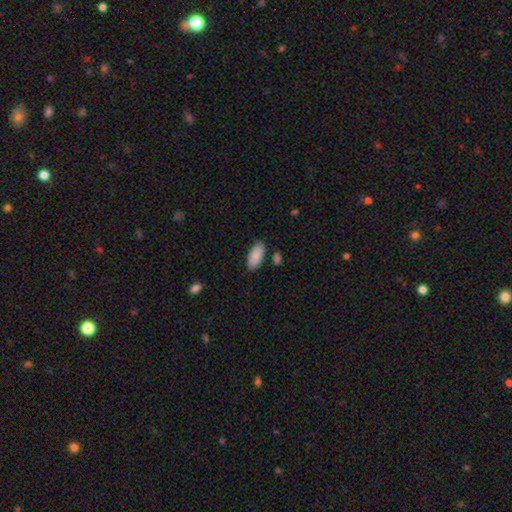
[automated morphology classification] Overall: smooth (89%). How rounded: in between (90%). Merging: none (83%).